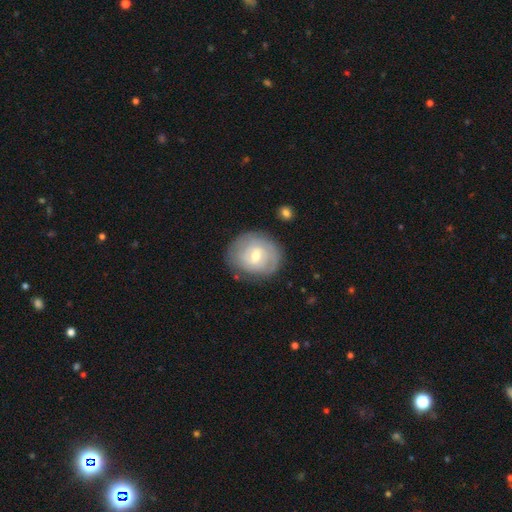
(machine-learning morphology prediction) type=featured or disk (68%); edge-on=no (97%); bar=weak (52%); spiral arms=yes (82%); winding=tight (71%); arm count=can't tell (46%); bulge=moderate (62%); merging=none (77%).